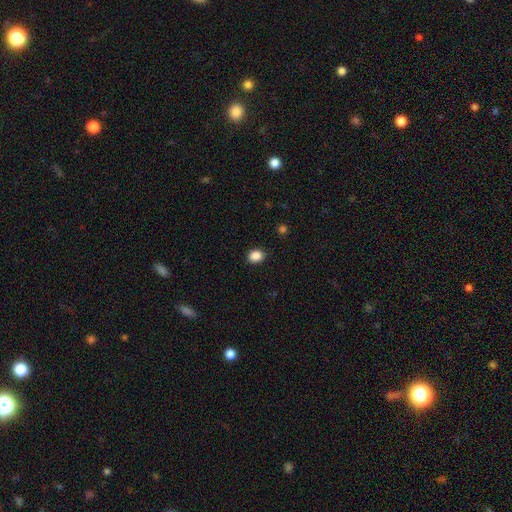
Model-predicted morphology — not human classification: Q: Smooth or featured?
A: smooth (88%); runner-up: star or artifact (9%)
Q: How rounded?
A: in between (53%); runner-up: round (46%)
Q: Merging?
A: none (89%); runner-up: minor disturbance (8%)